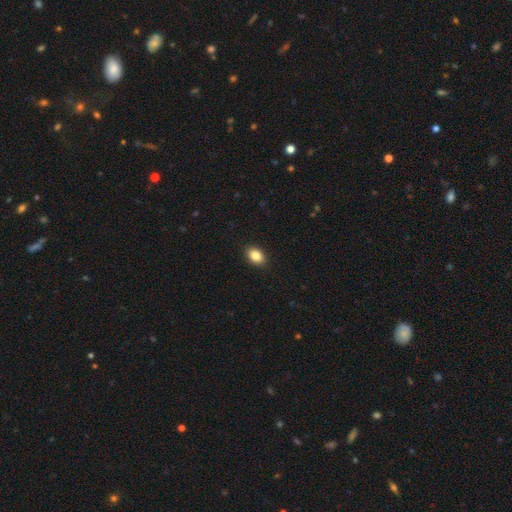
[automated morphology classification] Smooth or featured: smooth — 86% (star or artifact — 9%)
How rounded: in between — 81% (round — 18%)
Merging: none — 91% (minor disturbance — 7%)